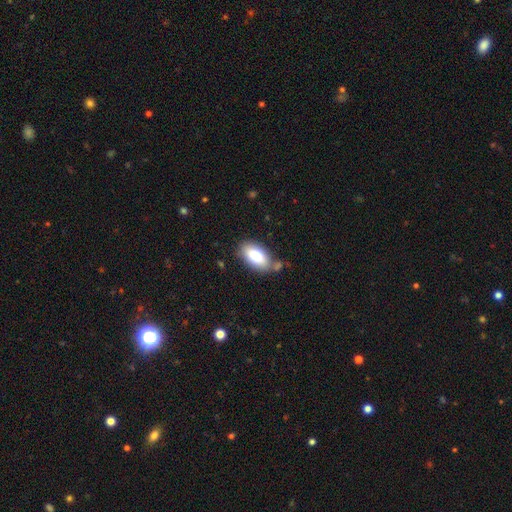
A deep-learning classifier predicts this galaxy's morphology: Smooth or featured? Predicted: smooth (p=0.79). How rounded? Predicted: in between (p=0.93). Merging? Predicted: none (p=0.73).